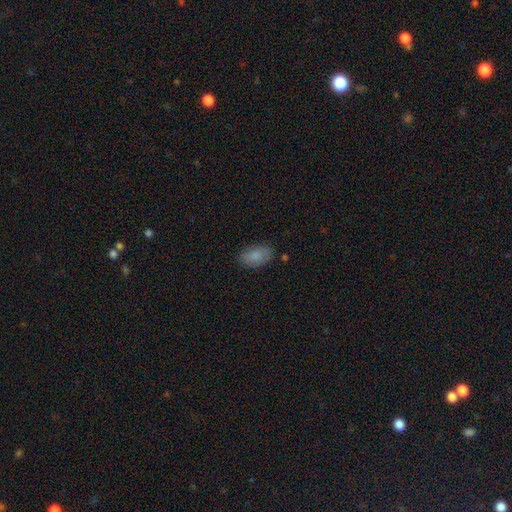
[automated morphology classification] smooth_or_featured: smooth (p=0.86) [alt: star or artifact p=0.07]
how_rounded: in between (p=0.92) [alt: round p=0.06]
merging: none (p=0.82) [alt: minor disturbance p=0.14]